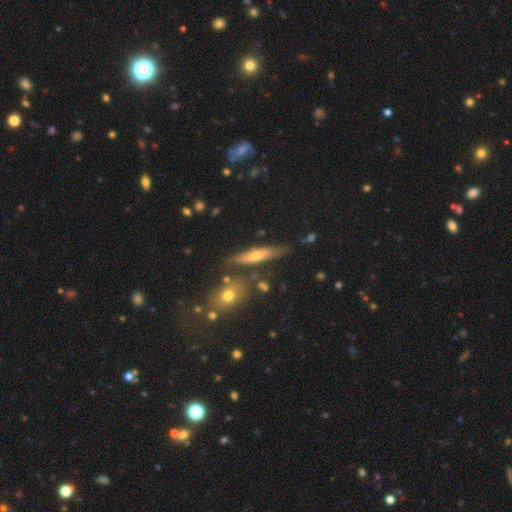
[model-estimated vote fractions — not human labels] A featured or disk galaxy (55%) viewed edge-on (85%).

Vote fractions:
- Smooth or featured? featured or disk: 55% / smooth: 33% / star or artifact: 11%
- Edge-on disk? yes: 85% / no: 15%
- Merging? none: 75% / minor disturbance: 14% / merger: 7% / major disturbance: 4%